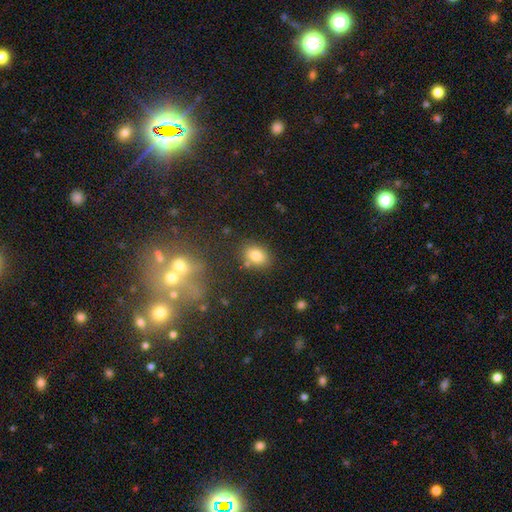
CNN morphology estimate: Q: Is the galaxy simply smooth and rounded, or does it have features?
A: smooth — 81%.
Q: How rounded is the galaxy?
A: in between — 73%.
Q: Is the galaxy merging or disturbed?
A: none — 75%.